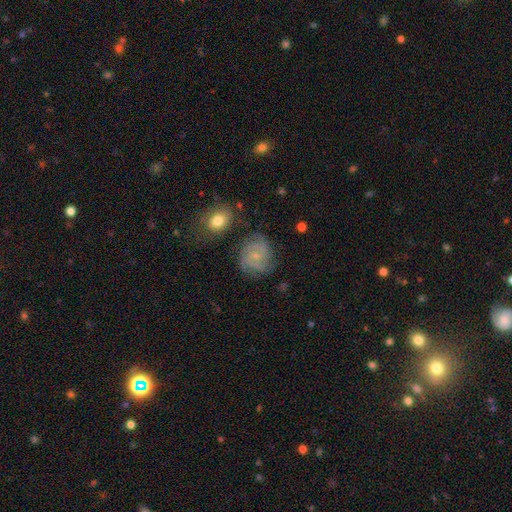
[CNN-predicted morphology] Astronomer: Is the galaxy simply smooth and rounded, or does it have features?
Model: featured or disk — 75%.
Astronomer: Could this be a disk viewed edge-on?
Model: no — 98%.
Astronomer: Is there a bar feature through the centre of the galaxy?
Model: no — 64%.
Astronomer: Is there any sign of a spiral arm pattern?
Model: yes — 95%.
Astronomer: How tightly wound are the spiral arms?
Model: tight — 57% (runner-up: medium, 34%).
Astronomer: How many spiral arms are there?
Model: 3 — 29% (runner-up: 2, 27%).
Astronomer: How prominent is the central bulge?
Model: small — 76%.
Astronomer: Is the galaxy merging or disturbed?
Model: none — 73%.